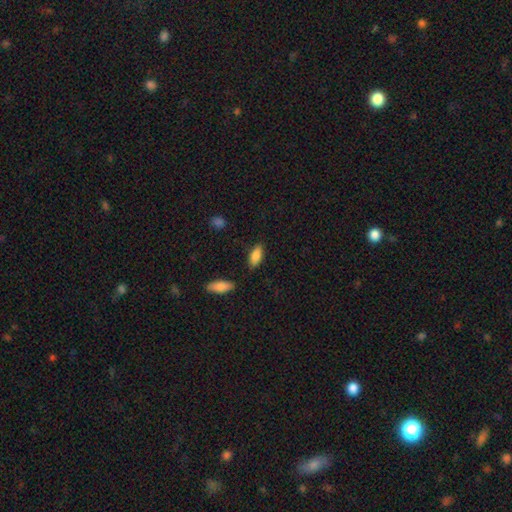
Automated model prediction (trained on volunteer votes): This appears to be a smooth galaxy with no disk features (85%) that is in between round and cigar-shaped (82%). Merging: none (83%).